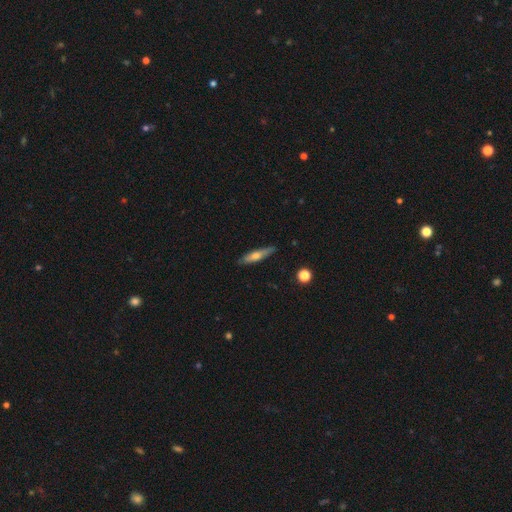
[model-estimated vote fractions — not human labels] Morphology: type=smooth (52%); roundness=cigar-shaped (82%); merging=none (85%).